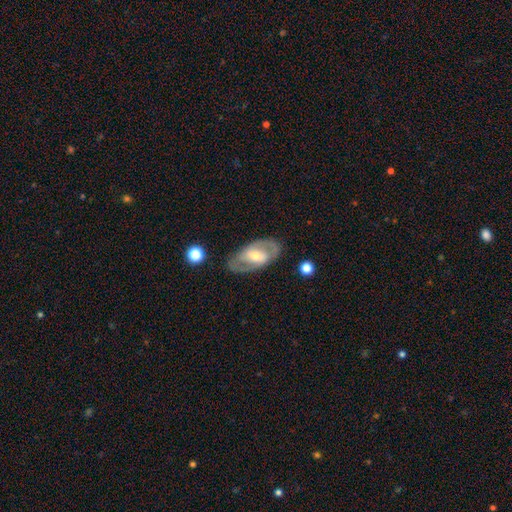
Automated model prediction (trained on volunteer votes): Smooth or featured?
  - featured or disk: 74% *
  - smooth: 20%
  - star or artifact: 5%
Edge-on disk?
  - no: 93% *
  - yes: 7%
Bar?
  - weak: 42% *
  - no: 32%
  - strong: 27%
Spiral arms?
  - yes: 75% *
  - no: 25%
Spiral winding?
  - medium: 46% *
  - tight: 37%
  - loose: 17%
Spiral arm count?
  - 2: 81% *
  - can't tell: 13%
  - 1: 2%
  - 3: 2%
  - 4: 1%
  - more than 4: 1%
Bulge size?
  - moderate: 56% *
  - small: 37%
  - large: 5%
  - none: 1%
  - dominant: 1%
Merging?
  - none: 82% *
  - minor disturbance: 12%
  - major disturbance: 5%
  - merger: 1%